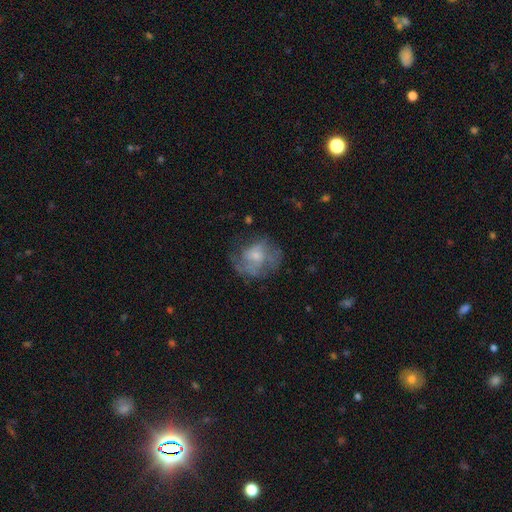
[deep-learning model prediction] Q: Smooth or featured?
A: featured or disk (54%); runner-up: smooth (36%)
Q: Edge-on disk?
A: no (97%); runner-up: yes (3%)
Q: Bar?
A: no (74%); runner-up: weak (23%)
Q: Spiral arms?
A: yes (55%); runner-up: no (45%)
Q: Bulge size?
A: small (53%); runner-up: moderate (31%)
Q: Merging?
A: none (48%); runner-up: major disturbance (27%)